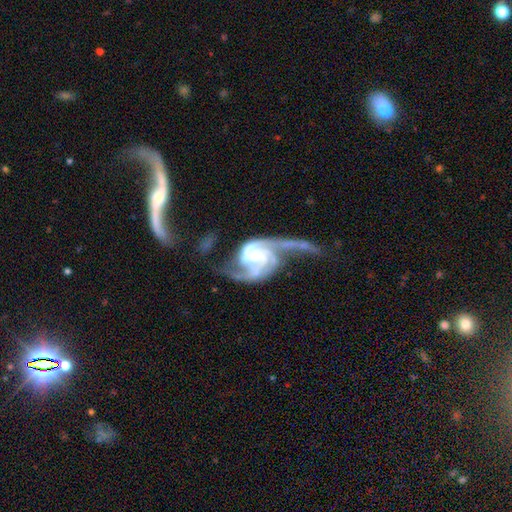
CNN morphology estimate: Overall: featured or disk (92%). Edge-on disk: no (98%). Bar: no (43%; weak 40%). Spiral arms: yes (98%). Spiral arm count: 2 (59%; 3 22%). Spiral winding: medium (48%; loose 28%). Bulge size: small (53%; moderate 36%). Merging: none (37%; major disturbance 36%).